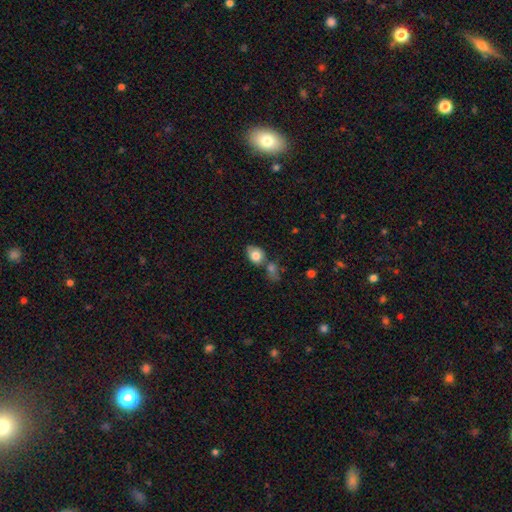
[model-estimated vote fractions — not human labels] smooth 81%, featured or disk 12%, star or artifact 8%. Down the decision tree: how rounded — in between (62%); merging — none (42%).